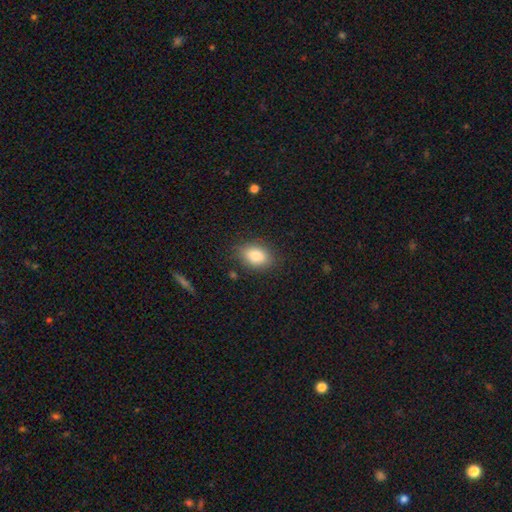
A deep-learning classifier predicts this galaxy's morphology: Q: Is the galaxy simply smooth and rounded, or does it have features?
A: smooth — 82%.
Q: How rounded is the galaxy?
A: in between — 81%.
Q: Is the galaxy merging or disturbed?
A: none — 83%.